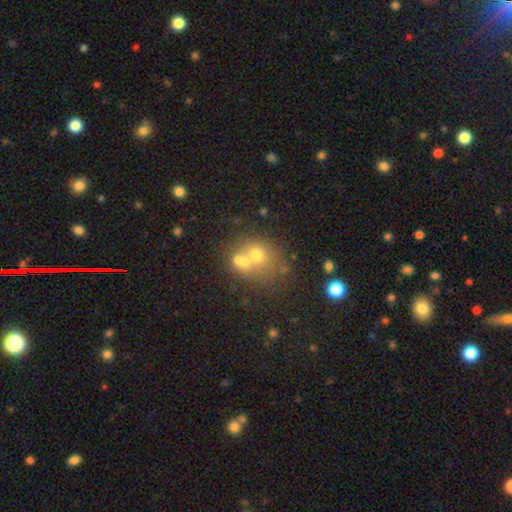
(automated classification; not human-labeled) A smooth galaxy with no disk features (56%) that is round (72%).

Vote fractions:
- Smooth or featured? smooth: 56% / featured or disk: 26% / star or artifact: 19%
- How rounded? round: 72% / in between: 27% / cigar-shaped: 1%
- Merging? merger: 53% / none: 35% / minor disturbance: 8% / major disturbance: 5%